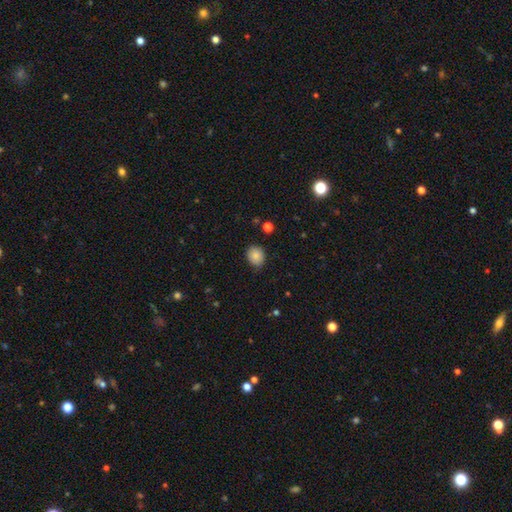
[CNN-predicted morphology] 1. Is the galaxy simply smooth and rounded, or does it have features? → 85% smooth, 9% star or artifact, 6% featured or disk.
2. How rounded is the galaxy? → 66% round, 33% in between, 1% cigar-shaped.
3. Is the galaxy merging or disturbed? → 83% none, 13% minor disturbance, 2% major disturbance, 1% merger.